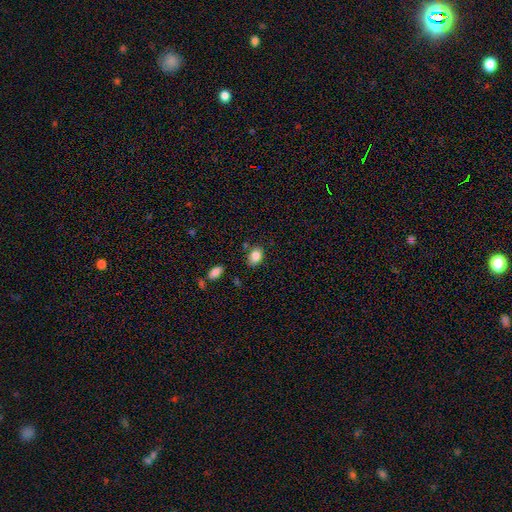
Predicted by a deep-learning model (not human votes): Smooth or featured: smooth — 85% (star or artifact — 9%)
How rounded: in between — 76% (round — 23%)
Merging: none — 76% (minor disturbance — 16%)